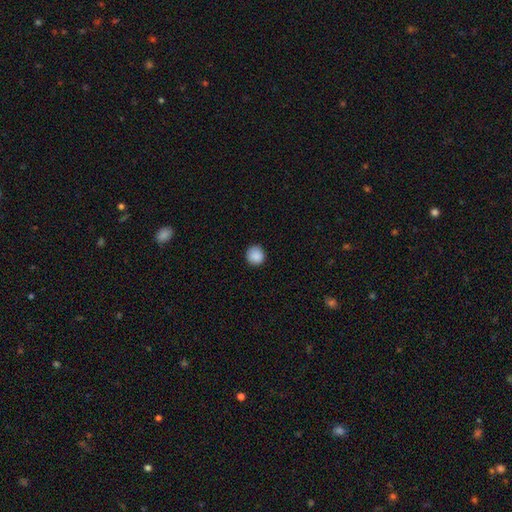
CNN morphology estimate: smooth_or_featured: smooth (p=0.89) [alt: star or artifact p=0.09]
how_rounded: round (p=0.93) [alt: in between p=0.06]
merging: none (p=0.90) [alt: minor disturbance p=0.08]